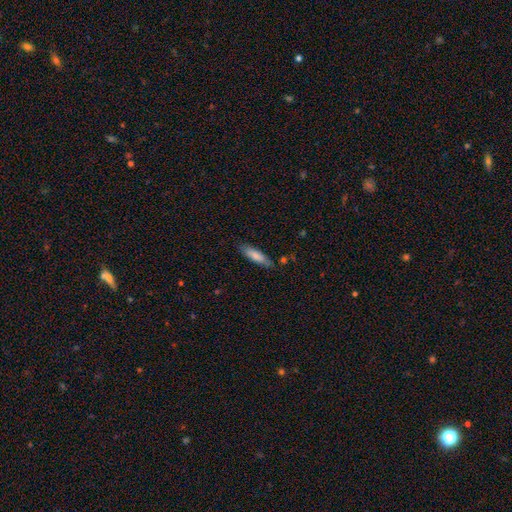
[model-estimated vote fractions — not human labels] A smooth galaxy with no disk features (79%) that is cigar-shaped (61%).

Vote fractions:
- Smooth or featured? smooth: 79% / featured or disk: 15% / star or artifact: 6%
- How rounded? cigar-shaped: 61% / in between: 37% / round: 1%
- Merging? none: 81% / minor disturbance: 14% / major disturbance: 3% / merger: 2%